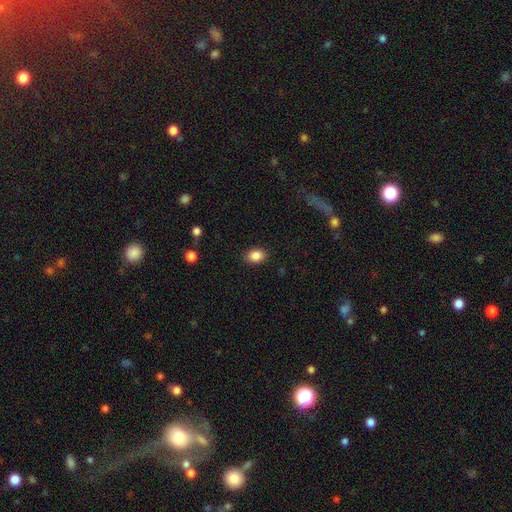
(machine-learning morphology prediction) Smooth or featured? Predicted: smooth (p=0.87). How rounded? Predicted: in between (p=0.71). Merging? Predicted: none (p=0.88).